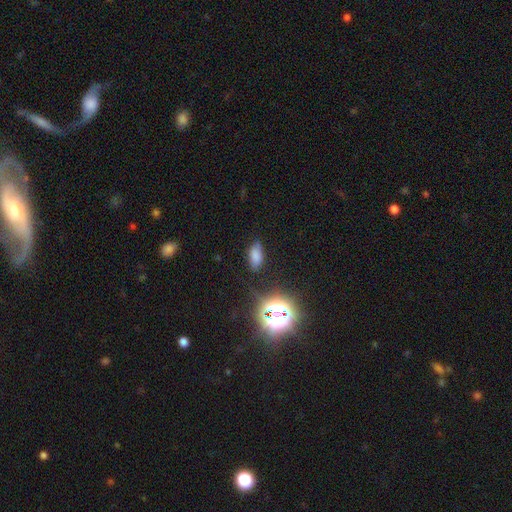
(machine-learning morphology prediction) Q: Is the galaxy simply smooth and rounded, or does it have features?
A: smooth — 71%.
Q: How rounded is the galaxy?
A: in between — 86%.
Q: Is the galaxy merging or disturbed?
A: none — 74%.